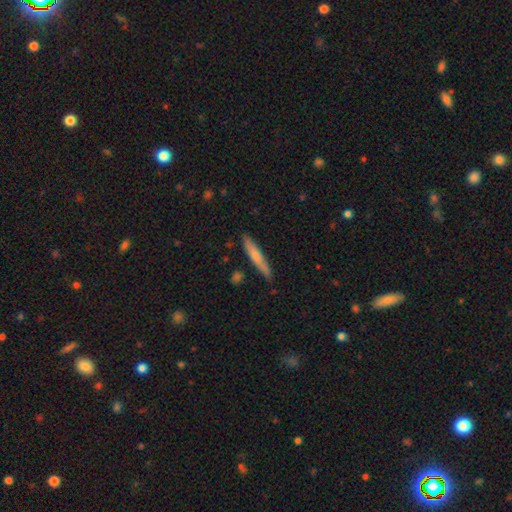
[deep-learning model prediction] The model was most divided on "smooth or featured": smooth: 64%, featured or disk: 31%, star or artifact: 6%. More confident: how rounded — cigar-shaped (93%); merging — none (83%).